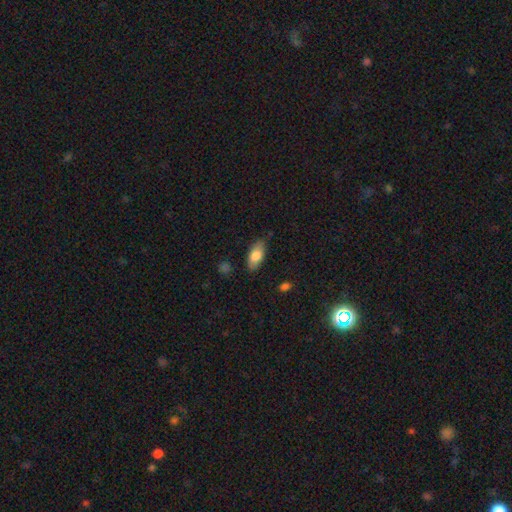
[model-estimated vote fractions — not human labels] This appears to be a smooth galaxy with no disk features (79%) that is in between round and cigar-shaped (87%). Merging: none (79%).